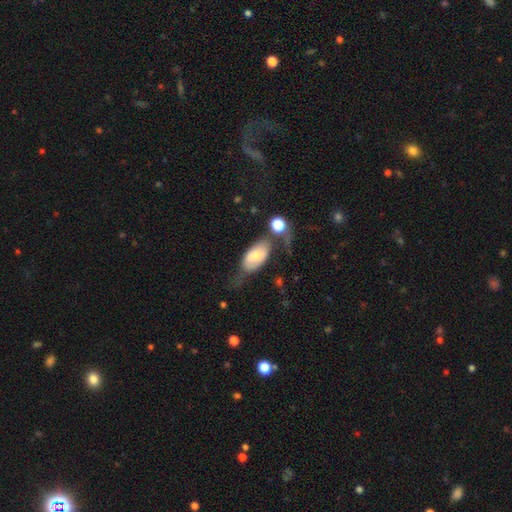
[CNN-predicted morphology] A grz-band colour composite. It shows a smooth galaxy with no disk features (55%) that is in between round and cigar-shaped (90%). Merging: none (33%).